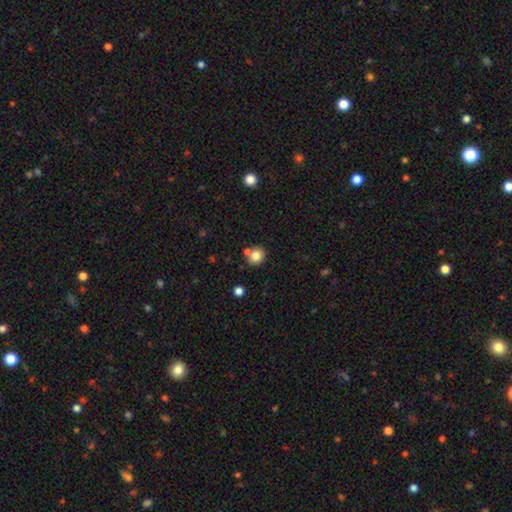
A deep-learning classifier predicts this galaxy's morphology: Overall: smooth (81%). How rounded: round (84%). Merging: none (70%).